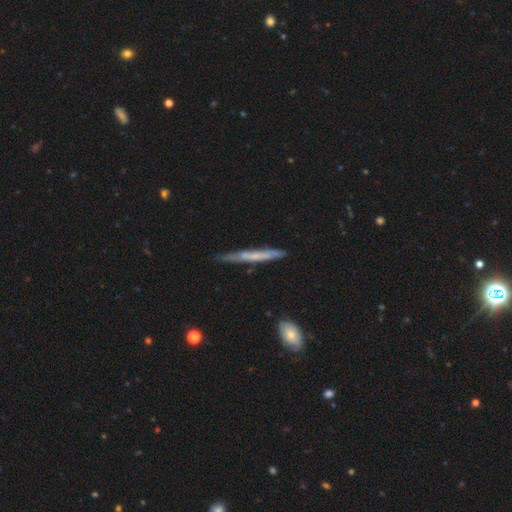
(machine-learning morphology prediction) type=featured or disk (49%); merging=none (76%).